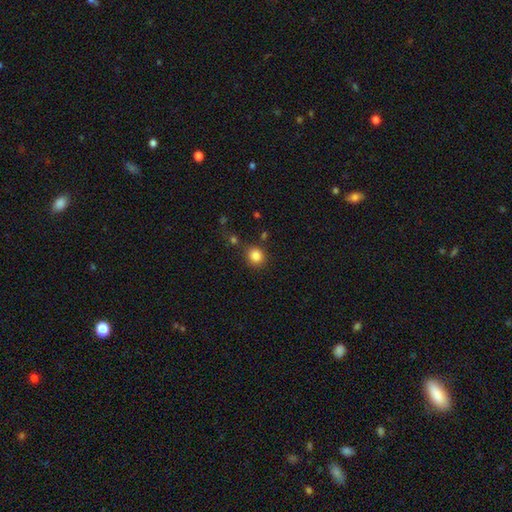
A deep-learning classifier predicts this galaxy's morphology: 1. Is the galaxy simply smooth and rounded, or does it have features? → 84% smooth, 11% star or artifact, 5% featured or disk.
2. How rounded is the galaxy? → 85% round, 14% in between, 1% cigar-shaped.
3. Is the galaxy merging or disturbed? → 83% none, 9% minor disturbance, 5% merger, 3% major disturbance.